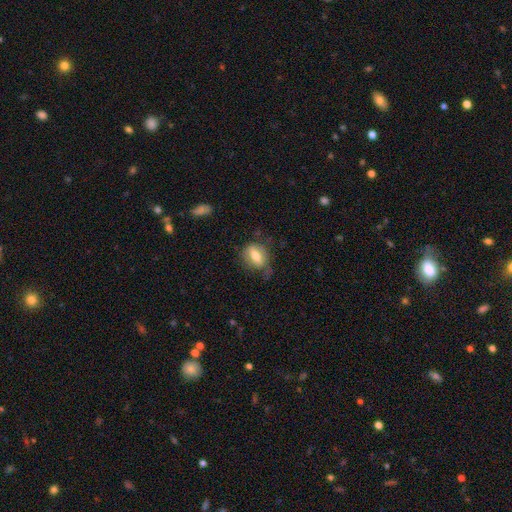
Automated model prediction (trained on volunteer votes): smooth-or-featured: smooth: 60% | featured or disk: 32% | star or artifact: 8%
  how-rounded: in between: 68% | round: 26% | cigar-shaped: 6%
  merging: none: 57% | minor disturbance: 27% | major disturbance: 14% | merger: 2%